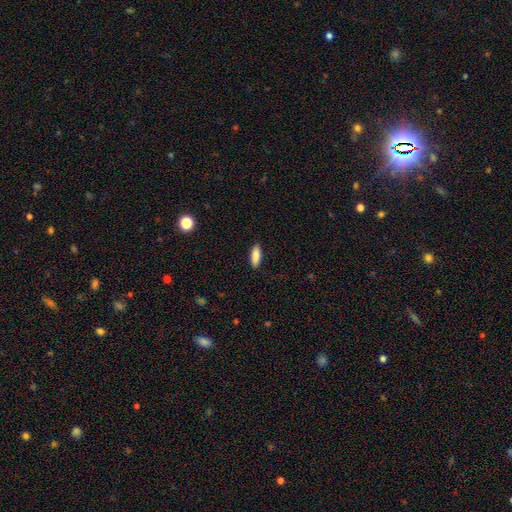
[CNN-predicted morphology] A smooth galaxy with no disk features (85%) that is in between round and cigar-shaped (56%). Merging: none (89%).